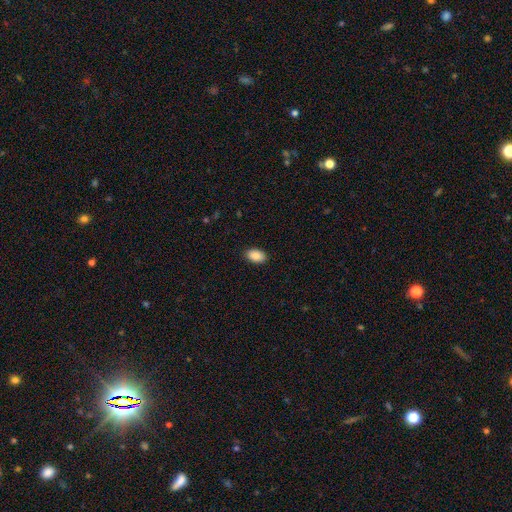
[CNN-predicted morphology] smooth 89%, star or artifact 7%, featured or disk 4%. Down the decision tree: how rounded — in between (93%); merging — none (90%).